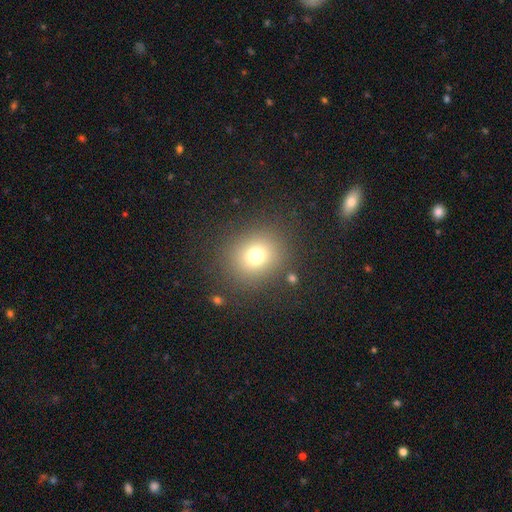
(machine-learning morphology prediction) This is likely a smooth galaxy (74%). How rounded: likely round (78%). Merging: clearly none (85%).